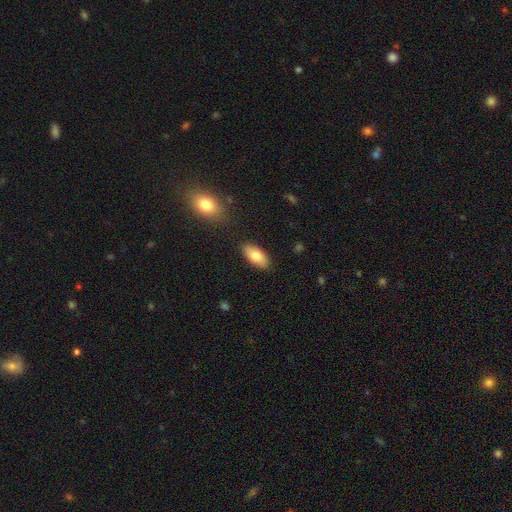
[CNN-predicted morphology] type=smooth (81%); roundness=in between (88%); merging=none (86%).